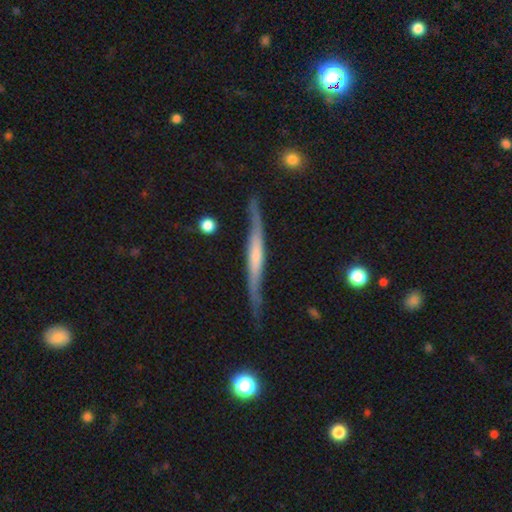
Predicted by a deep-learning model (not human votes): This appears to be a featured or disk galaxy (69%) viewed edge-on (90%) with no central bulge (51%). Merging: none (70%).